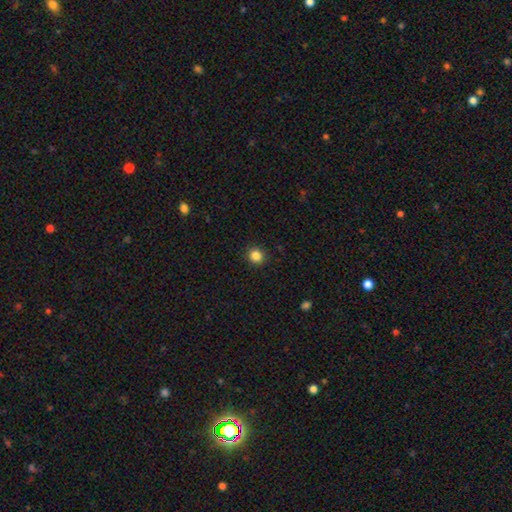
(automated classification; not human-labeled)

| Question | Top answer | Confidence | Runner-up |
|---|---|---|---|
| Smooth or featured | smooth | 85% | star or artifact (11%) |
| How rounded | round | 89% | in between (10%) |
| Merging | none | 91% | minor disturbance (6%) |